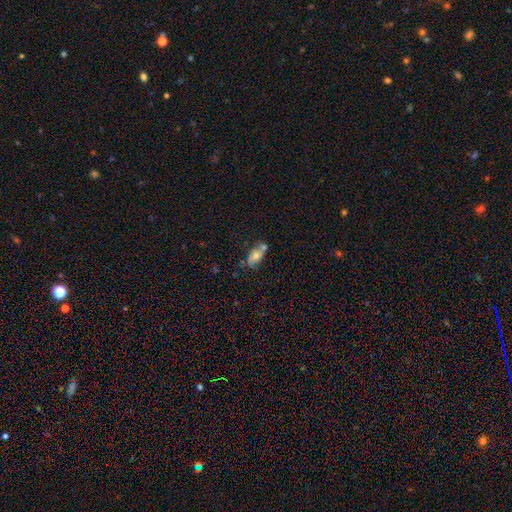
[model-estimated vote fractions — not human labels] Overall: smooth (52%; featured or disk 38%). How rounded: in between (83%). Merging: none (44%; merger 30%).